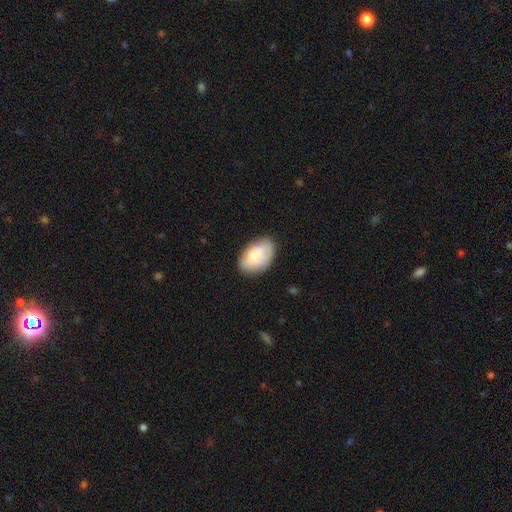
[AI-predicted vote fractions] smooth-or-featured: smooth: 70% | featured or disk: 23% | star or artifact: 7%
  how-rounded: in between: 89% | round: 10% | cigar-shaped: 1%
  merging: none: 71% | minor disturbance: 22% | major disturbance: 5% | merger: 2%